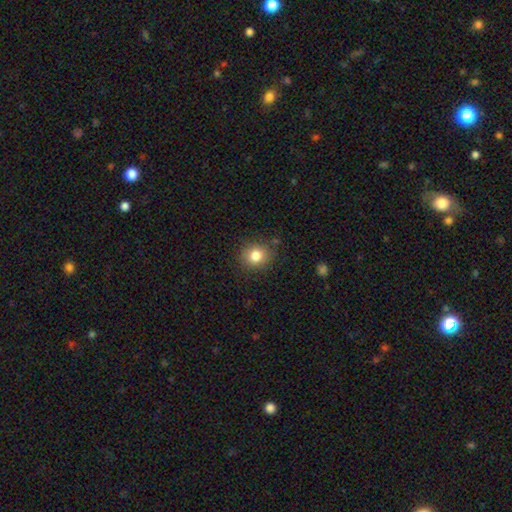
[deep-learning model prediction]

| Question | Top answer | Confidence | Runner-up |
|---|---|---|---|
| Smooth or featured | smooth | 82% | star or artifact (11%) |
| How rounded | round | 82% | in between (17%) |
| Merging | none | 84% | minor disturbance (11%) |